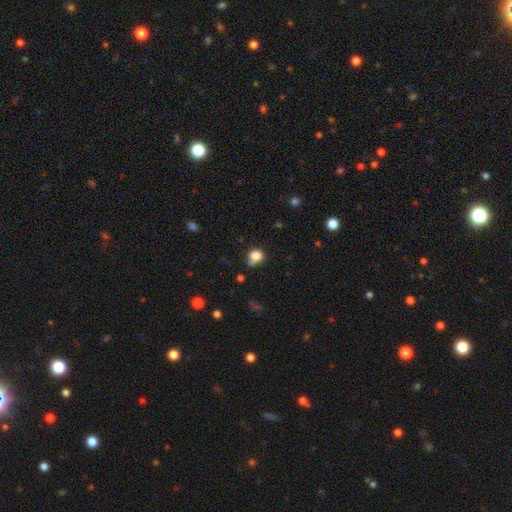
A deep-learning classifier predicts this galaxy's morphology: Smooth or featured? smooth (81%)
How rounded? round (75%)
Merging? none (56%)